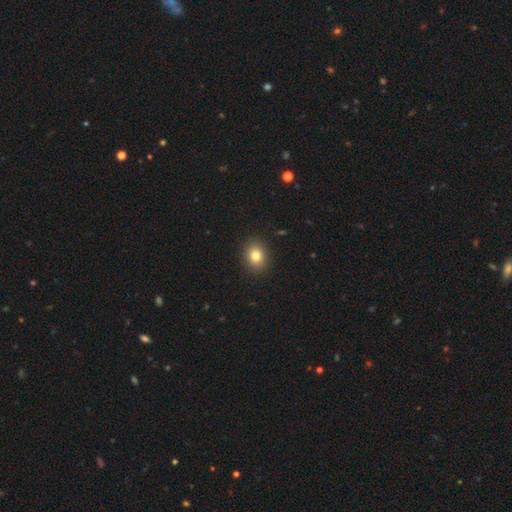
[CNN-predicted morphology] Smooth or featured?
  - smooth: 81% *
  - star or artifact: 11%
  - featured or disk: 8%
How rounded?
  - round: 58% *
  - in between: 41%
  - cigar-shaped: 1%
Merging?
  - none: 91% *
  - minor disturbance: 7%
  - major disturbance: 2%
  - merger: 1%